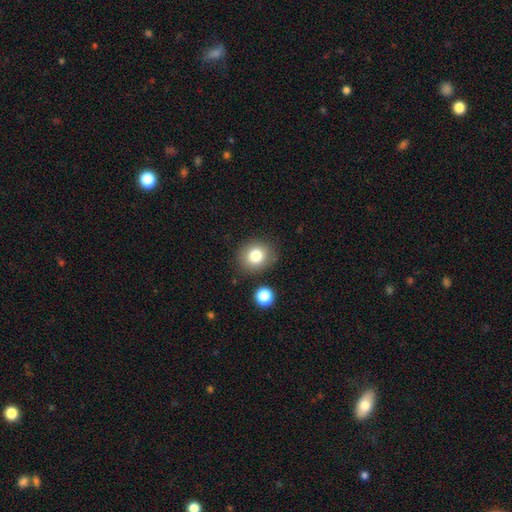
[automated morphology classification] smooth 80%, star or artifact 11%, featured or disk 9%. Down the decision tree: how rounded — round (78%); merging — none (83%).